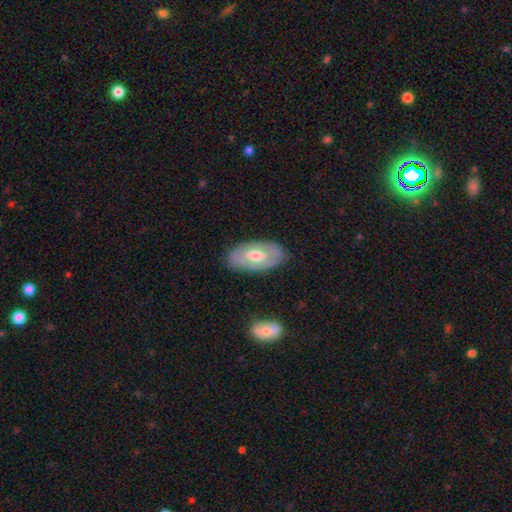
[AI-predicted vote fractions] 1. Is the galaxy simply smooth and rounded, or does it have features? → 58% featured or disk, 35% smooth, 6% star or artifact.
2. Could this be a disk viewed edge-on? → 88% no, 12% yes.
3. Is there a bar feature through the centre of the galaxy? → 53% no, 34% weak, 13% strong.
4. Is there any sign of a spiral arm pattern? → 64% no, 36% yes.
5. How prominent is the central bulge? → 74% moderate, 12% small, 11% large, 1% none, 1% dominant.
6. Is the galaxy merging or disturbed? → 82% none, 13% minor disturbance, 3% major disturbance, 2% merger.